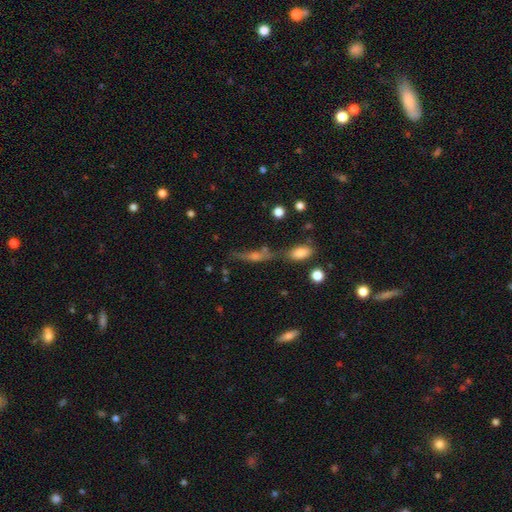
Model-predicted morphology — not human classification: Smooth or featured: featured or disk — 48% (smooth — 33%)
Merging: none — 56% (merger — 19%)